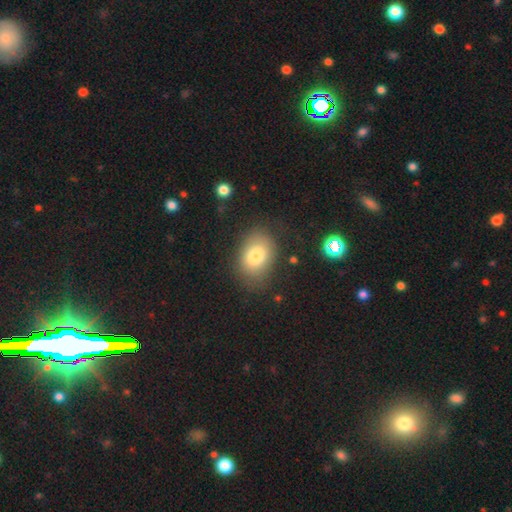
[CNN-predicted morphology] This is likely a smooth galaxy (78%). How rounded: likely in between (76%). Merging: likely none (77%).